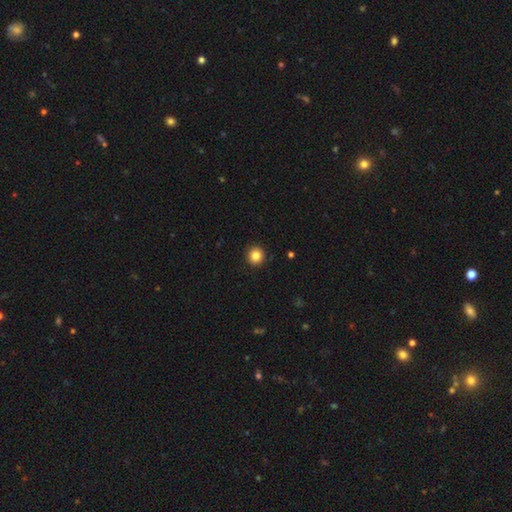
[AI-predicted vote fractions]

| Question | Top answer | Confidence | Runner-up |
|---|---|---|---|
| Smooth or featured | smooth | 85% | star or artifact (10%) |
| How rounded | round | 93% | in between (6%) |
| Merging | none | 92% | minor disturbance (5%) |